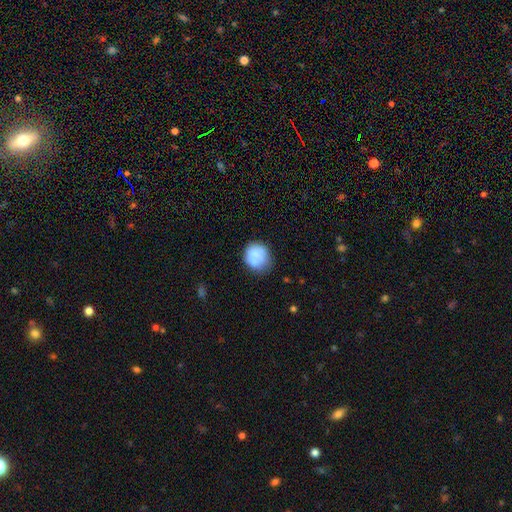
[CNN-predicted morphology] A smooth galaxy with no disk features (78%) that is round (77%).

Vote fractions:
- Smooth or featured? smooth: 78% / featured or disk: 14% / star or artifact: 8%
- How rounded? round: 77% / in between: 23% / cigar-shaped: 1%
- Merging? none: 59% / minor disturbance: 28% / major disturbance: 8% / merger: 6%